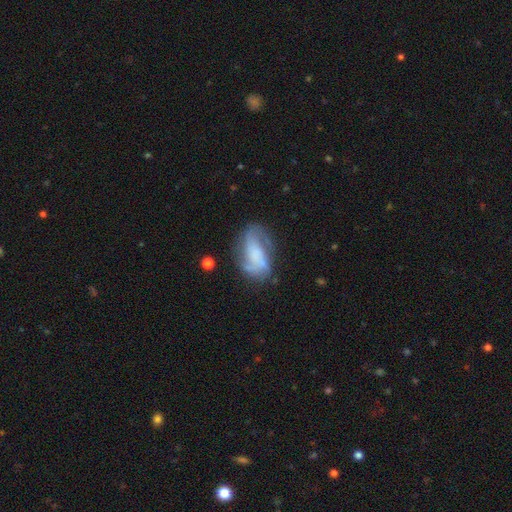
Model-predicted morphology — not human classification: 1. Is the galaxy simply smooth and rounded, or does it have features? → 66% featured or disk, 26% smooth, 8% star or artifact.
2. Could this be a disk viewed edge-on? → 96% no, 4% yes.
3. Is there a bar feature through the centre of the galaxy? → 59% no, 28% weak, 12% strong.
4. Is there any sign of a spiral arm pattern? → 82% yes, 18% no.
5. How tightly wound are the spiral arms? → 40% medium, 35% loose, 24% tight.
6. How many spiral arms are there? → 62% 2, 18% can't tell, 9% 3, 6% 1, 3% 4, 2% more than 4.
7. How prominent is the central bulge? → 45% none, 21% small, 16% moderate, 14% large, 4% dominant.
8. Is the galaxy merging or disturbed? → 53% none, 24% minor disturbance, 18% major disturbance, 5% merger.